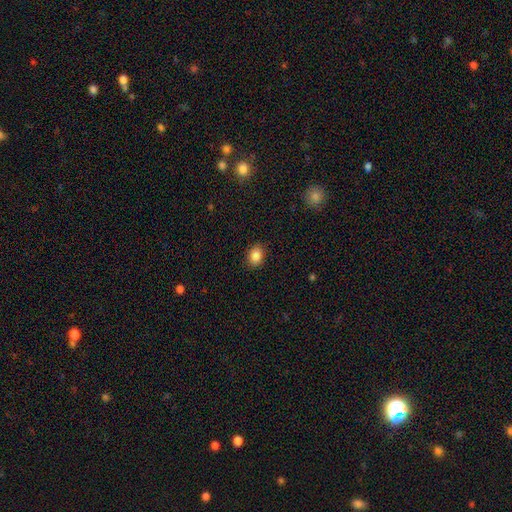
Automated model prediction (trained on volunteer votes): Q: Smooth or featured?
A: smooth (87%); runner-up: star or artifact (9%)
Q: How rounded?
A: in between (56%); runner-up: round (43%)
Q: Merging?
A: none (87%); runner-up: minor disturbance (9%)